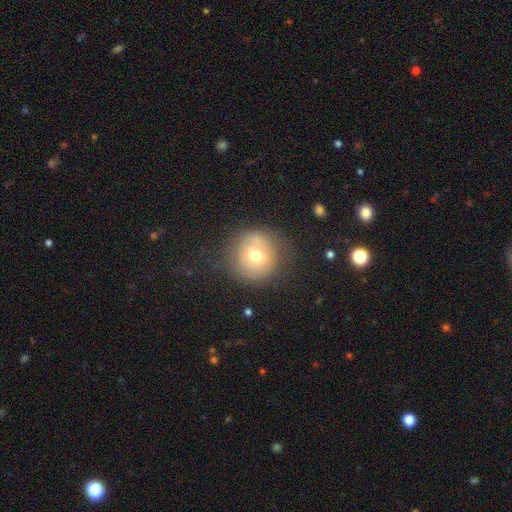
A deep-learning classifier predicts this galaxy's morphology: smooth-or-featured: smooth: 59% | featured or disk: 30% | star or artifact: 11%
  how-rounded: round: 93% | in between: 6% | cigar-shaped: 1%
  merging: none: 75% | minor disturbance: 15% | major disturbance: 8% | merger: 2%